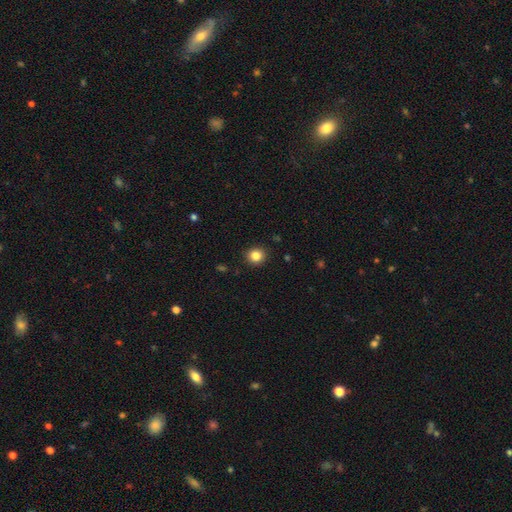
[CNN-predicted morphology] Overall: smooth (85%). How rounded: round (86%). Merging: none (91%).